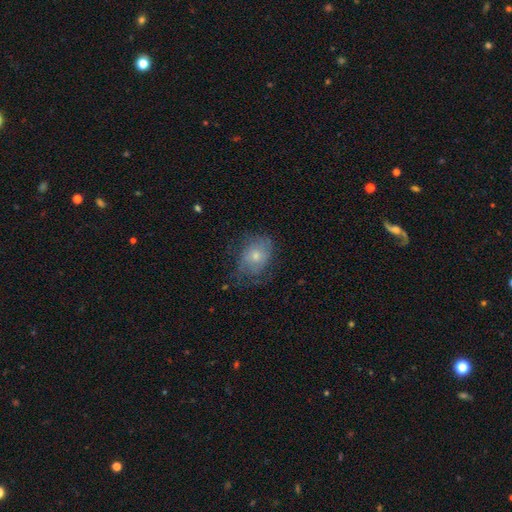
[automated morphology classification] Smooth or featured? Predicted: smooth (p=0.53). How rounded? Predicted: in between (p=0.56). Merging? Predicted: none (p=0.53).